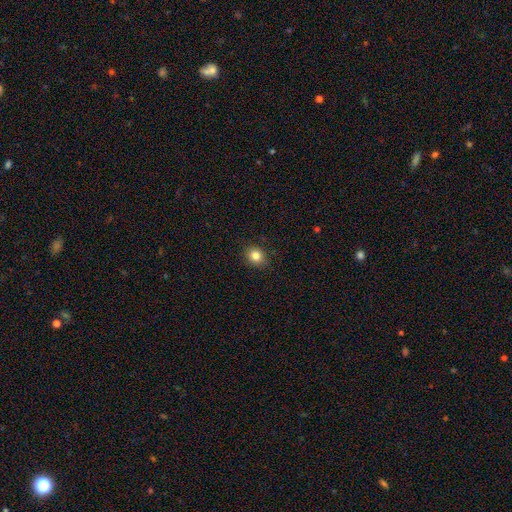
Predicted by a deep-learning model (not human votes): The model was most divided on "how rounded": round: 66%, in between: 34%, cigar-shaped: 1%. More confident: merging — none (87%); smooth or featured — smooth (83%).